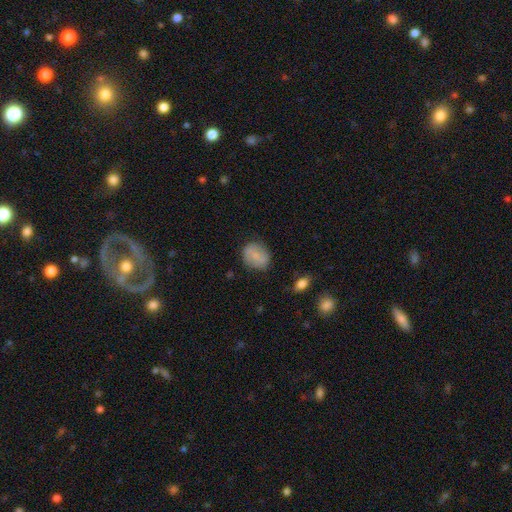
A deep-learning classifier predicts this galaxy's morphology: Smooth or featured? Predicted: smooth (p=0.70). How rounded? Predicted: round (p=0.56). Merging? Predicted: none (p=0.73).